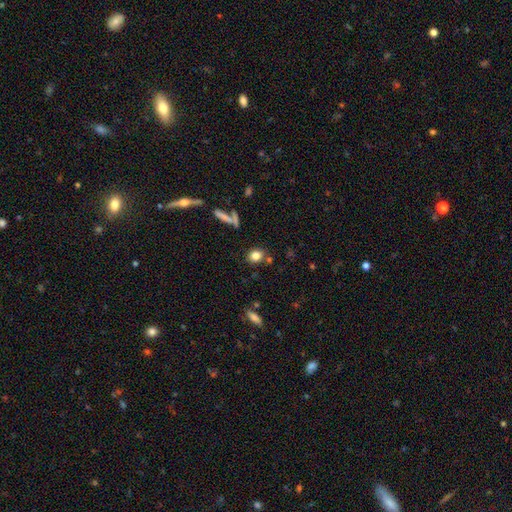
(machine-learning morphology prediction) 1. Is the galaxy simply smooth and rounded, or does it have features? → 81% smooth, 11% star or artifact, 8% featured or disk.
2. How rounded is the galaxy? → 56% round, 42% in between, 2% cigar-shaped.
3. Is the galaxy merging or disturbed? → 79% none, 11% minor disturbance, 7% merger, 3% major disturbance.